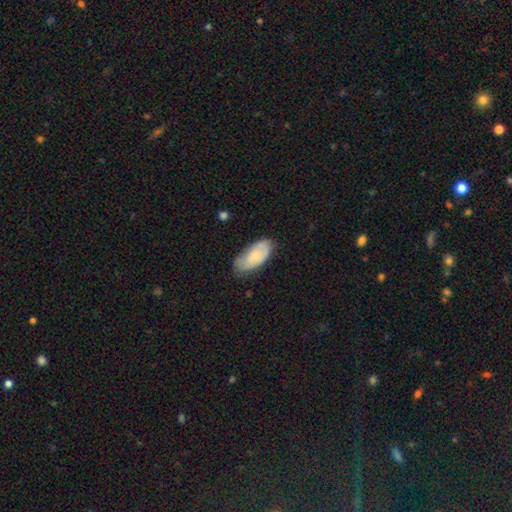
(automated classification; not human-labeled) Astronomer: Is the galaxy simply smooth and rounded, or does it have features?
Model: smooth — 61%.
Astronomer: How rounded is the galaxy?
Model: in between — 92%.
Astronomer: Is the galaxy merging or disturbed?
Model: none — 61%.